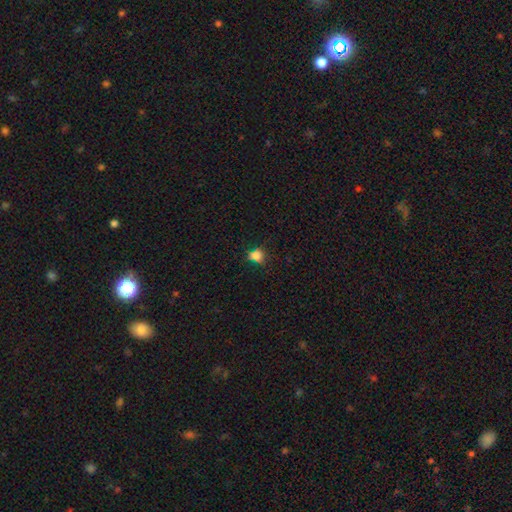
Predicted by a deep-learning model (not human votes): smooth_or_featured: smooth (p=0.76) [alt: star or artifact p=0.18]
how_rounded: round (p=0.67) [alt: in between p=0.32]
merging: none (p=0.62) [alt: minor disturbance p=0.22]